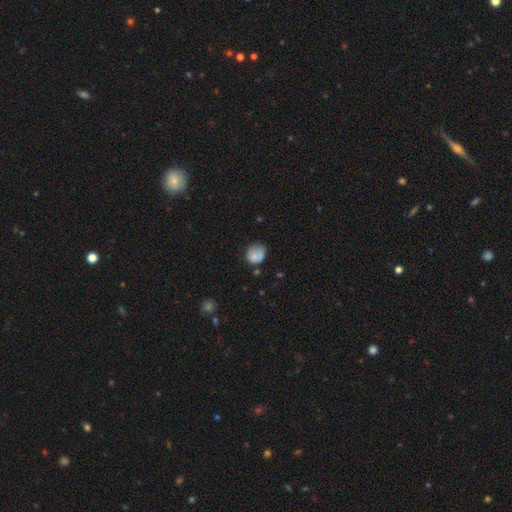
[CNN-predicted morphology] A smooth galaxy with no disk features (72%) that is round (70%). Merging: none (53%).